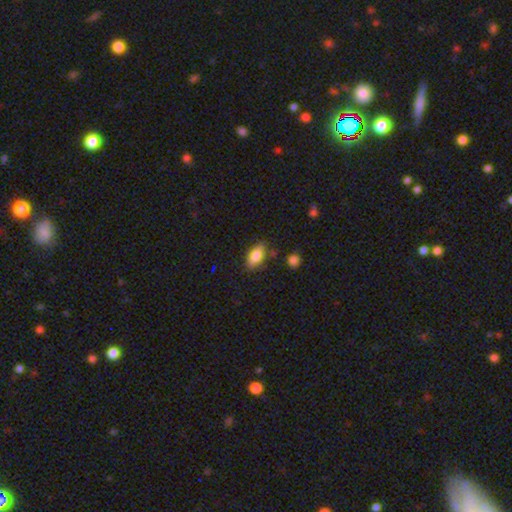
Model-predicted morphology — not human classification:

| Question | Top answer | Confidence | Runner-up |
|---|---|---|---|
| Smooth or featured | smooth | 83% | featured or disk (10%) |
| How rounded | in between | 88% | cigar-shaped (7%) |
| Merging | none | 79% | minor disturbance (15%) |